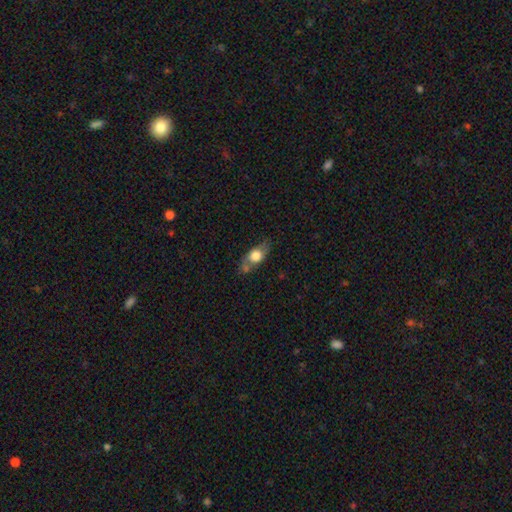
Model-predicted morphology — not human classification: This appears to be a smooth galaxy with no disk features (62%) that is in between round and cigar-shaped (67%). Merging: none (53%).